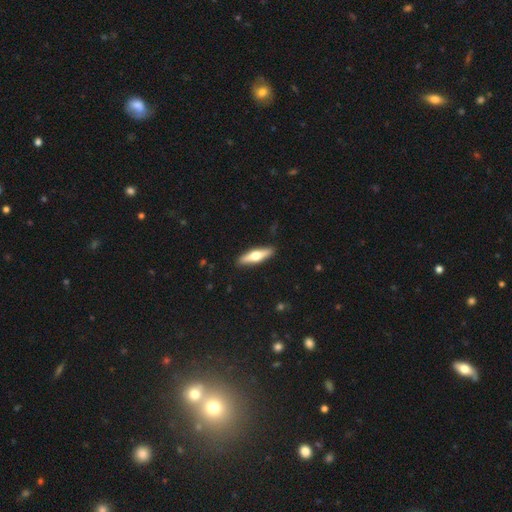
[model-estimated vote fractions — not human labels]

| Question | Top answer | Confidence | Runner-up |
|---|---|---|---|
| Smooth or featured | featured or disk | 53% | smooth (42%) |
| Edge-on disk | yes | 94% | no (6%) |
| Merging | none | 90% | minor disturbance (7%) |